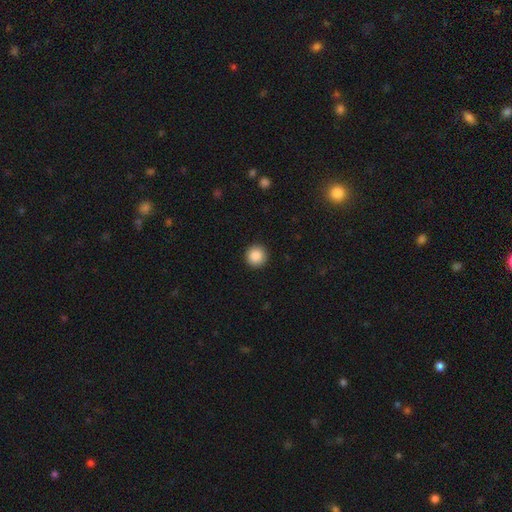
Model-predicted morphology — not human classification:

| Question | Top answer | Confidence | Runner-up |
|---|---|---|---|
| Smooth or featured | smooth | 88% | star or artifact (9%) |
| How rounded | round | 95% | in between (4%) |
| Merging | none | 93% | minor disturbance (5%) |